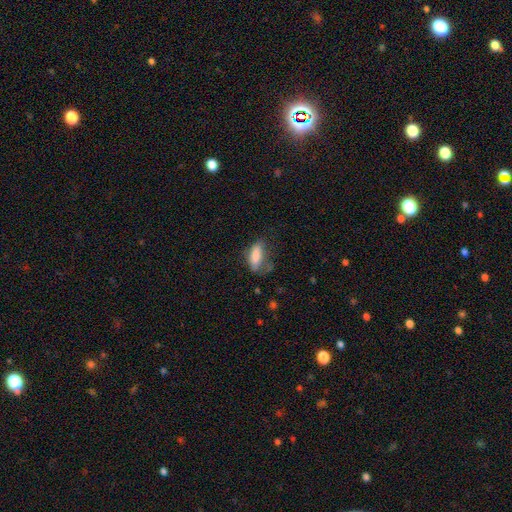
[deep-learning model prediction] Morphology: type=smooth (77%); roundness=in between (69%); merging=none (45%).